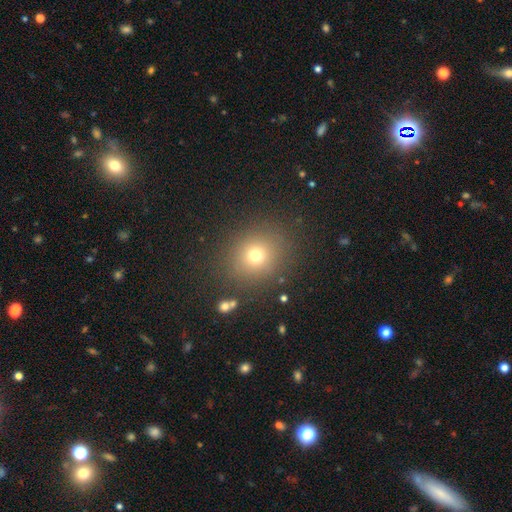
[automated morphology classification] A smooth galaxy with no disk features (72%) that is round (79%). Merging: none (85%).